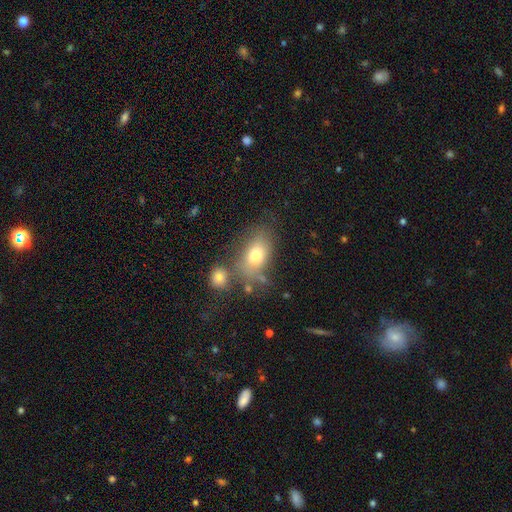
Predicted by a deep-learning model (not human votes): Morphology: type=smooth (71%); roundness=in between (84%); merging=none (58%).